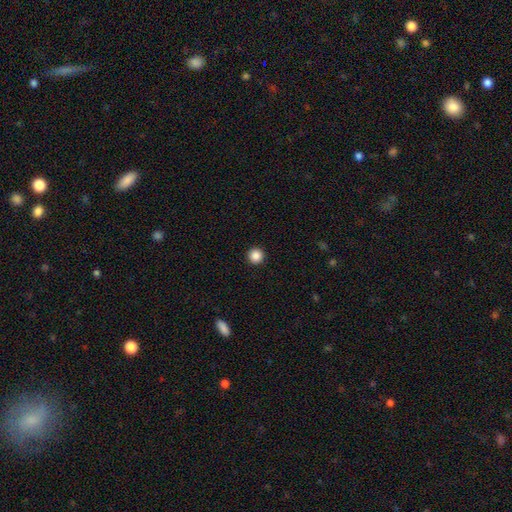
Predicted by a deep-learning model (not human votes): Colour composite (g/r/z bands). It shows a smooth galaxy with no disk features (87%) that is round (96%). Merging: none (94%).